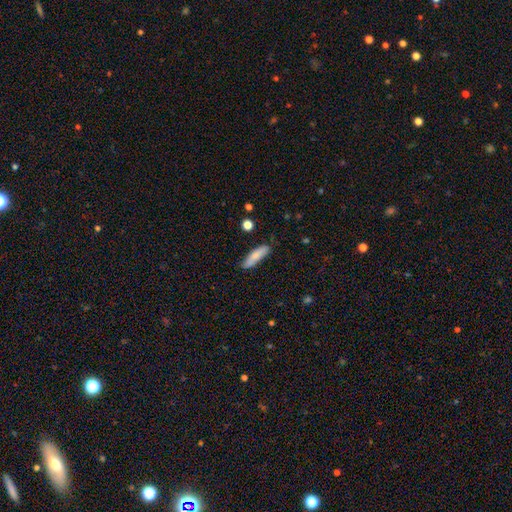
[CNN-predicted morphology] This appears to be a smooth galaxy with no disk features (80%) that is cigar-shaped (65%). Merging: none (83%).